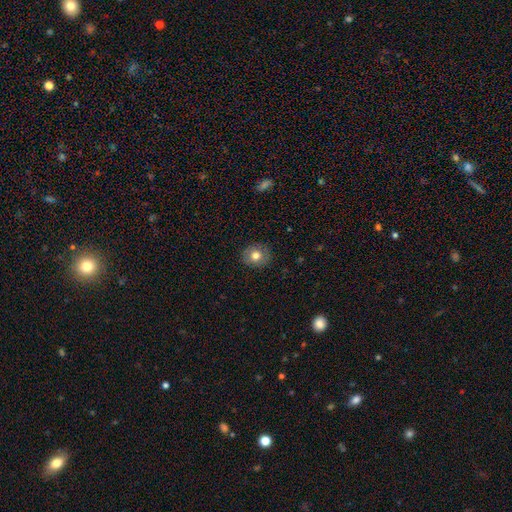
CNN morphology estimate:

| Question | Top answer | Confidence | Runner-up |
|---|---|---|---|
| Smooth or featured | smooth | 74% | featured or disk (17%) |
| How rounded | round | 79% | in between (20%) |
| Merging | none | 89% | minor disturbance (8%) |